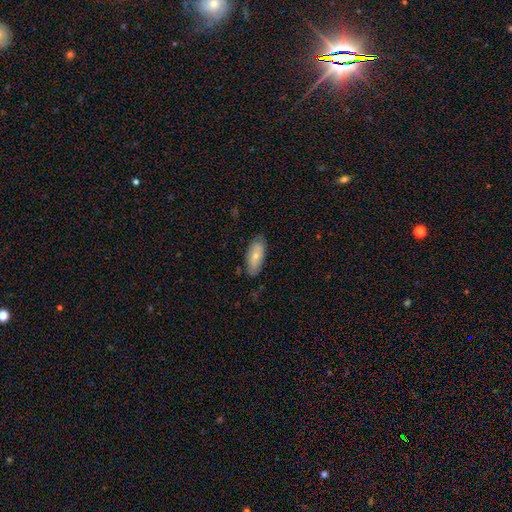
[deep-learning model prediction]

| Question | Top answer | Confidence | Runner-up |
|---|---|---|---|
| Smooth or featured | smooth | 67% | featured or disk (27%) |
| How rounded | in between | 84% | cigar-shaped (13%) |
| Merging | none | 77% | minor disturbance (18%) |